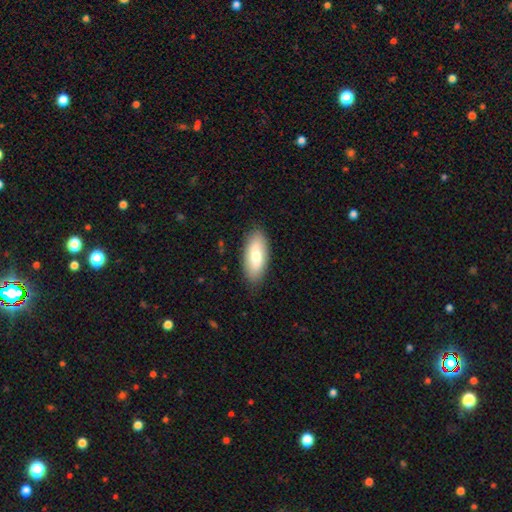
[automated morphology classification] smooth-or-featured: smooth: 69% | featured or disk: 25% | star or artifact: 6%
  how-rounded: in between: 85% | cigar-shaped: 12% | round: 3%
  merging: none: 86% | minor disturbance: 10% | major disturbance: 2% | merger: 1%